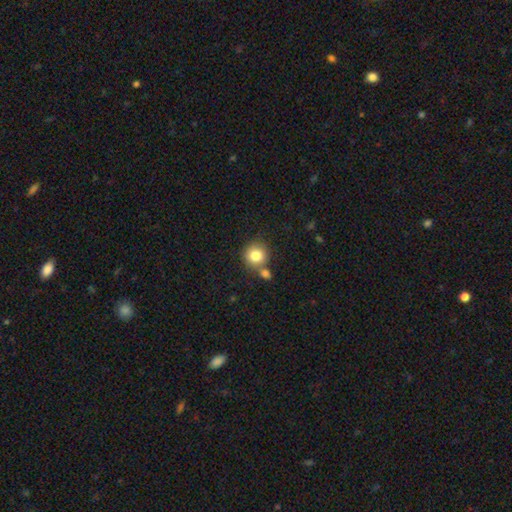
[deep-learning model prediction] This appears to be a smooth galaxy with no disk features (82%) that is round (91%). Merging: none (62%).